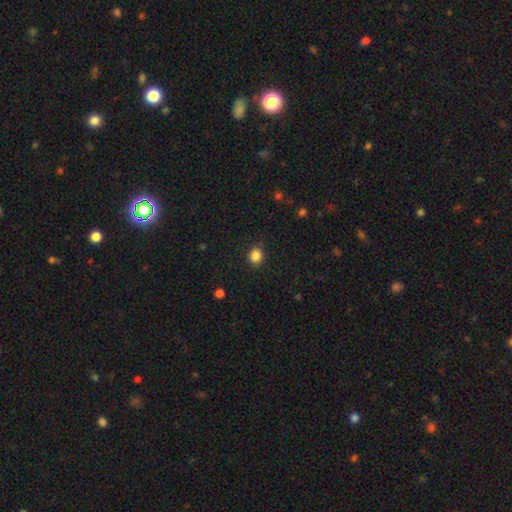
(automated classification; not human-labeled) Smooth or featured? smooth (86%)
How rounded? round (67%)
Merging? none (85%)